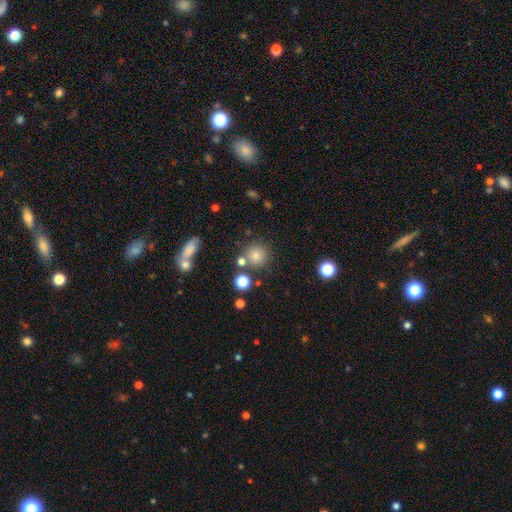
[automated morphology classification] type=smooth (78%); roundness=round (92%); merging=none (74%).